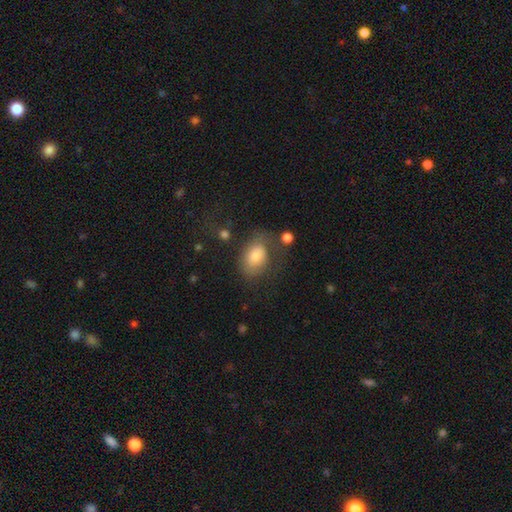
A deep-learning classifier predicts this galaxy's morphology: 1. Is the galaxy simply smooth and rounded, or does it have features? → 71% smooth, 19% featured or disk, 10% star or artifact.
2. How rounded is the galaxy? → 78% in between, 21% round, 1% cigar-shaped.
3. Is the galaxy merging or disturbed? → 51% none, 24% minor disturbance, 21% major disturbance, 5% merger.